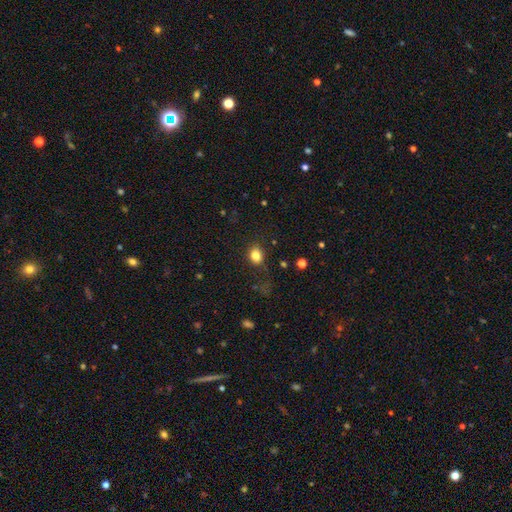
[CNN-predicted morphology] The model was most divided on "how rounded": in between: 51%, round: 48%, cigar-shaped: 1%. More confident: smooth or featured — smooth (83%); merging — none (78%).